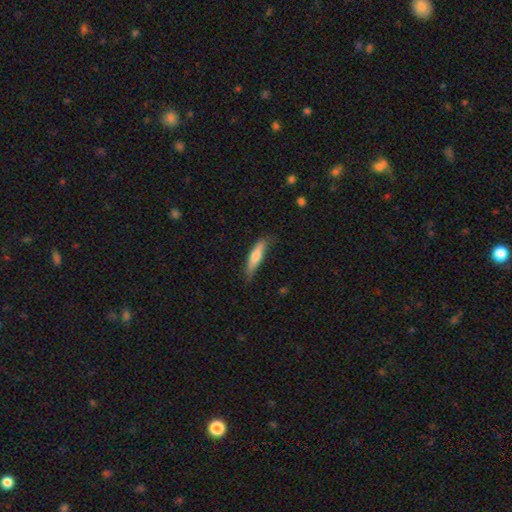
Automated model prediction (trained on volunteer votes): This appears to be a smooth galaxy with no disk features (65%) that is cigar-shaped (79%). Merging: none (72%).